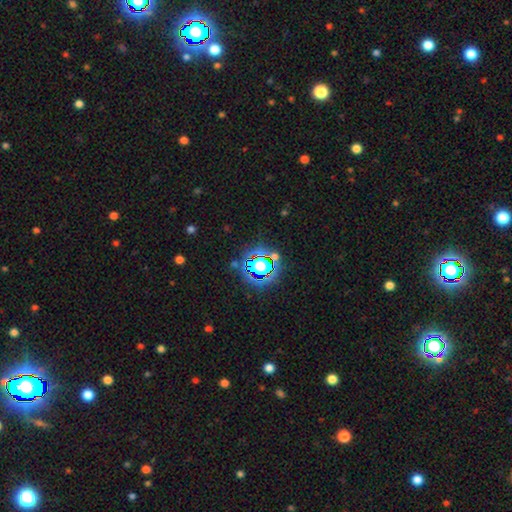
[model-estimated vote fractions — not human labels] The model was most divided on "smooth or featured": star or artifact: 76%, smooth: 15%, featured or disk: 9%.